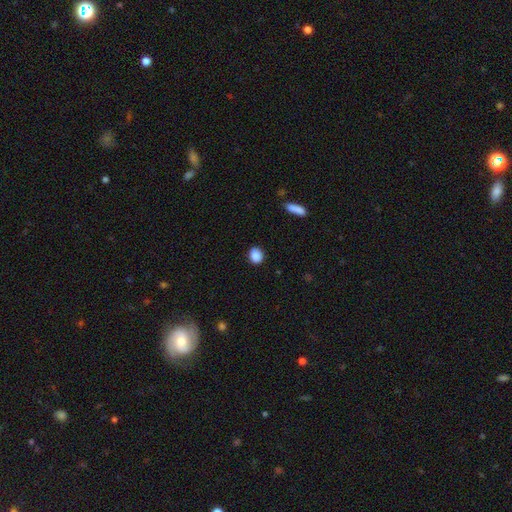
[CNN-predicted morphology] Smooth or featured? Predicted: smooth (p=0.88). How rounded? Predicted: round (p=0.67). Merging? Predicted: none (p=0.88).